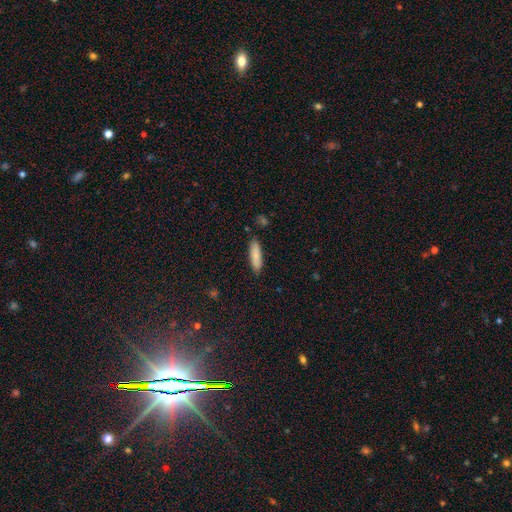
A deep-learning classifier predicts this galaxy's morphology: A smooth galaxy with no disk features (83%) that is cigar-shaped (65%). Merging: none (86%).